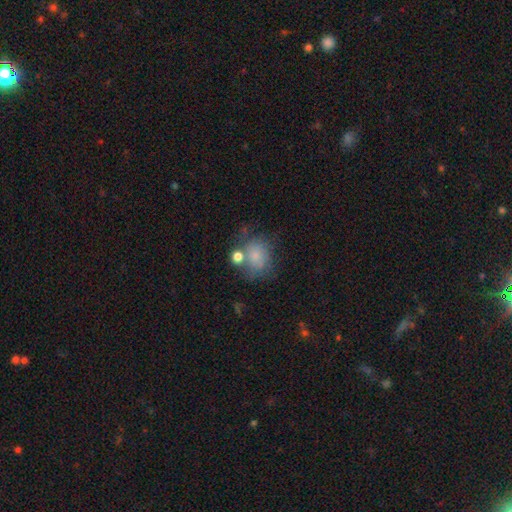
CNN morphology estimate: smooth_or_featured: smooth (p=0.71) [alt: featured or disk p=0.18]
how_rounded: round (p=0.64) [alt: in between p=0.35]
merging: none (p=0.47) [alt: minor disturbance p=0.21]